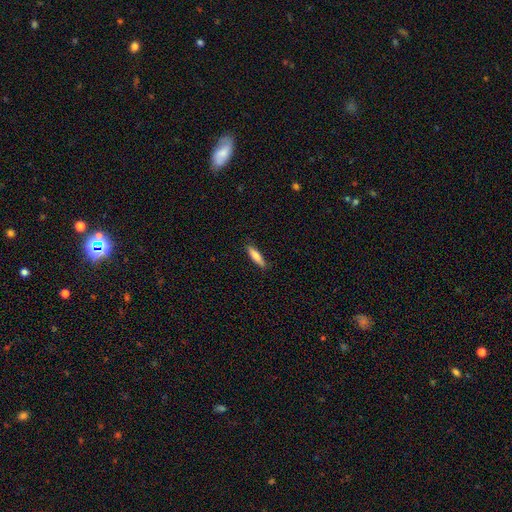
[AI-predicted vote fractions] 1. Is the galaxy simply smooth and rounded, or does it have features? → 78% smooth, 16% featured or disk, 6% star or artifact.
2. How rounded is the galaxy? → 70% cigar-shaped, 28% in between, 2% round.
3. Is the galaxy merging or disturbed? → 87% none, 10% minor disturbance, 2% major disturbance, 1% merger.